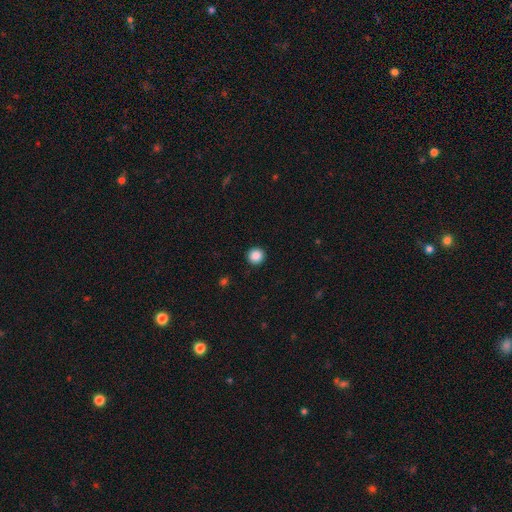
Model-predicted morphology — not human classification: This is clearly a smooth galaxy (88%). How rounded: clearly round (95%). Merging: clearly none (93%).